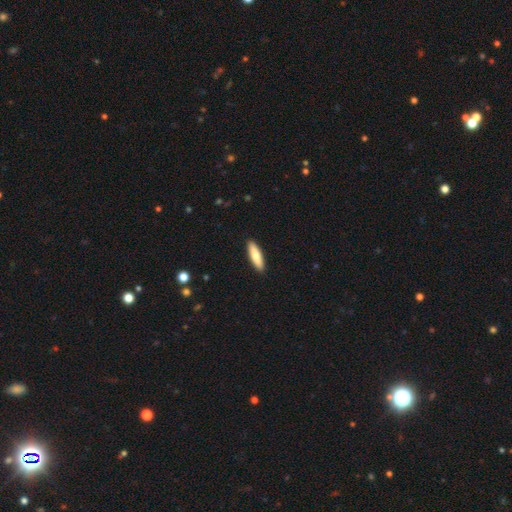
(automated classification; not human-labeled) Morphology: type=smooth (78%); roundness=cigar-shaped (65%); merging=none (91%).